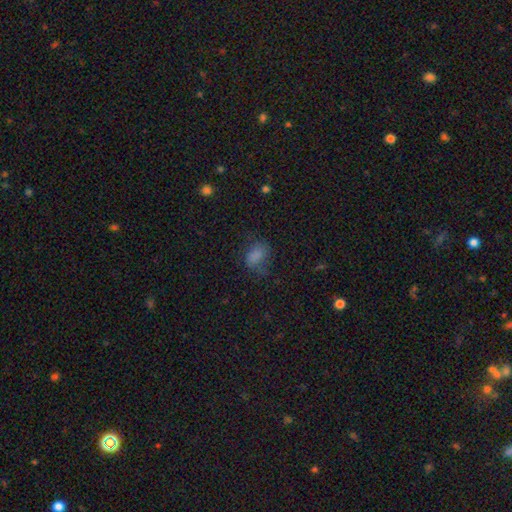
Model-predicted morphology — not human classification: Smooth or featured?
  - smooth: 75% *
  - star or artifact: 14%
  - featured or disk: 12%
How rounded?
  - in between: 80% *
  - round: 18%
  - cigar-shaped: 2%
Merging?
  - none: 50% *
  - minor disturbance: 27%
  - major disturbance: 20%
  - merger: 2%